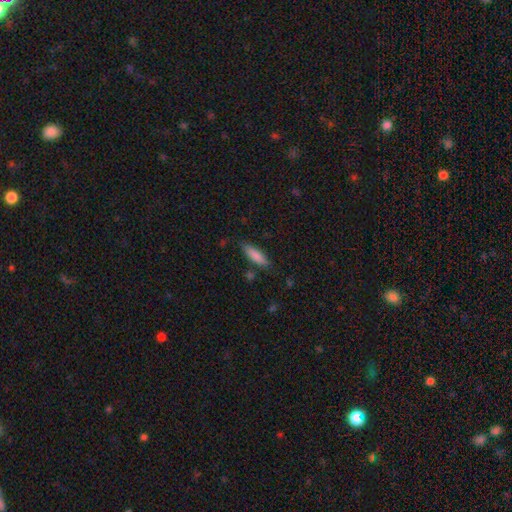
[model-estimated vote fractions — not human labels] Smooth or featured?
  - smooth: 84% *
  - featured or disk: 10%
  - star or artifact: 6%
How rounded?
  - cigar-shaped: 57% *
  - in between: 42%
  - round: 2%
Merging?
  - none: 79% *
  - minor disturbance: 15%
  - major disturbance: 3%
  - merger: 3%